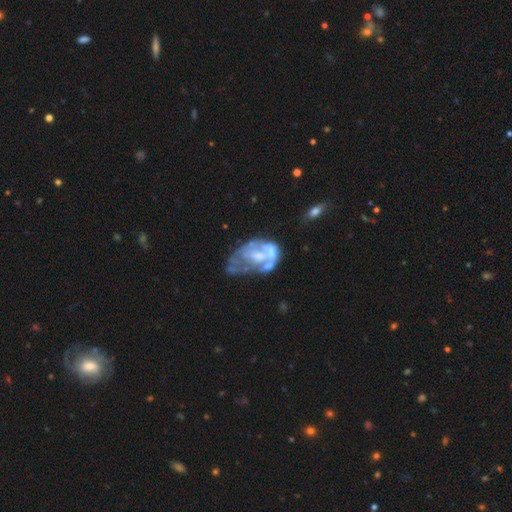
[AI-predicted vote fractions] A featured or disk galaxy (68%) with no bar (80%), no spiral arms (77%) and no central bulge (37%). Merging: major disturbance (33%).